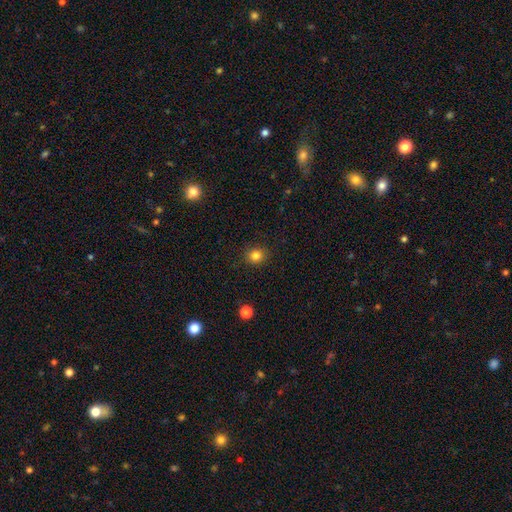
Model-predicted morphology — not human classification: smooth-or-featured: smooth: 83% | star or artifact: 12% | featured or disk: 5%
  how-rounded: round: 83% | in between: 16% | cigar-shaped: 1%
  merging: none: 89% | minor disturbance: 7% | major disturbance: 2% | merger: 1%